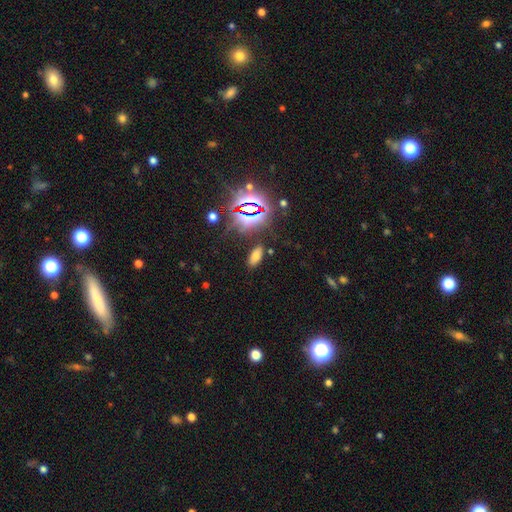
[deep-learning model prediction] Morphology: type=smooth (60%); roundness=in between (85%); merging=none (84%).